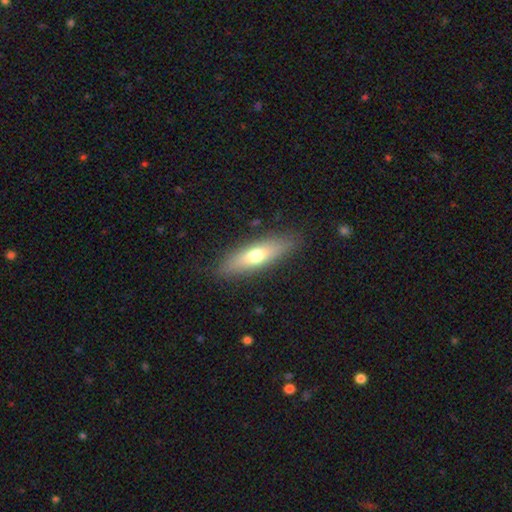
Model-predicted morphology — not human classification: A smooth galaxy with no disk features (64%) that is cigar-shaped (53%).

Vote fractions:
- Smooth or featured? smooth: 64% / featured or disk: 30% / star or artifact: 7%
- How rounded? cigar-shaped: 53% / in between: 44% / round: 3%
- Merging? none: 85% / minor disturbance: 10% / major disturbance: 3% / merger: 1%